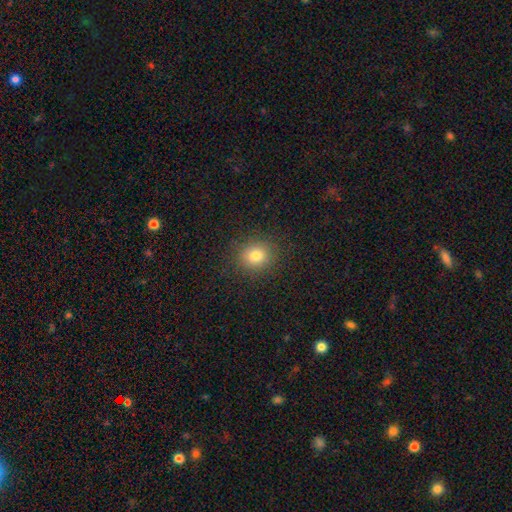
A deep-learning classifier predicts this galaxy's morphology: Smooth or featured: smooth — 79% (star or artifact — 14%)
How rounded: round — 79% (in between — 20%)
Merging: none — 87% (minor disturbance — 8%)